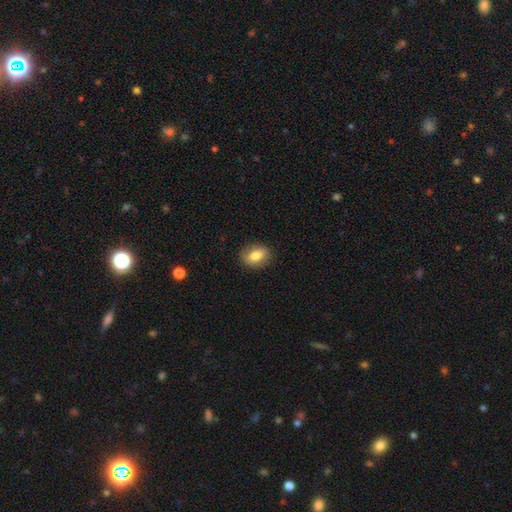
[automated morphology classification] Smooth or featured? smooth (79%)
How rounded? in between (68%)
Merging? none (87%)